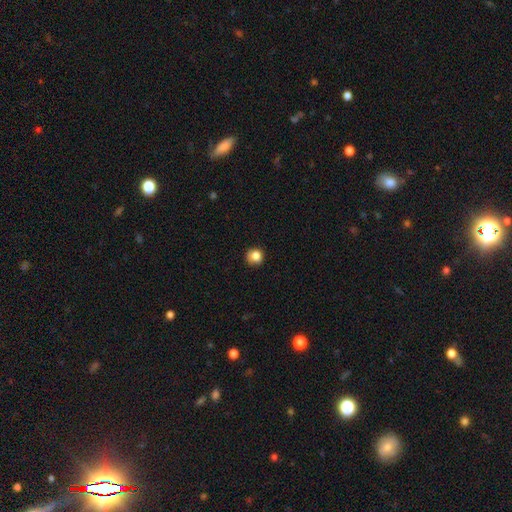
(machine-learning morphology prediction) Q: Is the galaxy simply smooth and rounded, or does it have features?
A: smooth — 83%.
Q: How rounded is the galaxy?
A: round — 87%.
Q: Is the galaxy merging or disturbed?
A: none — 73%.